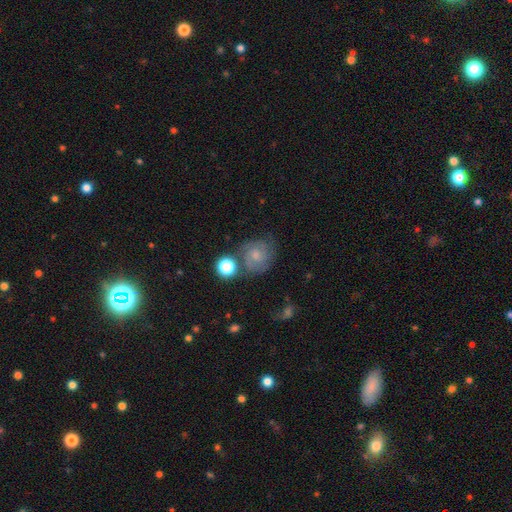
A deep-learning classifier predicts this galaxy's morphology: Smooth or featured: featured or disk — 59% (smooth — 31%)
Edge-on disk: no — 97% (yes — 3%)
Bar: no — 69% (weak — 27%)
Spiral arms: yes — 91% (no — 9%)
Spiral winding: tight — 52% (medium — 37%)
Spiral arm count: 2 — 49% (can't tell — 24%)
Bulge size: small — 42% (moderate — 36%)
Merging: none — 62% (minor disturbance — 19%)